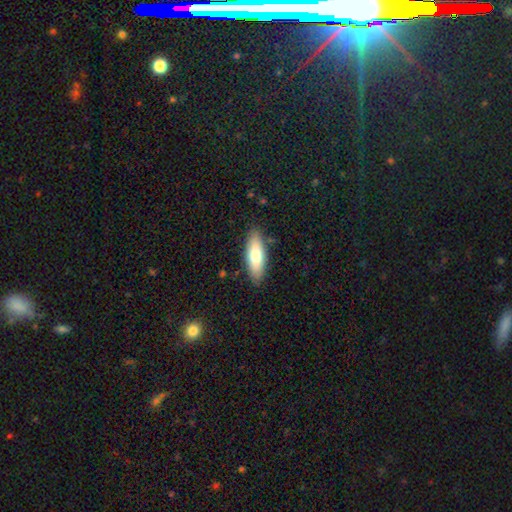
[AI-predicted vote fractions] Morphology: type=smooth (73%); roundness=in between (64%); merging=none (86%).